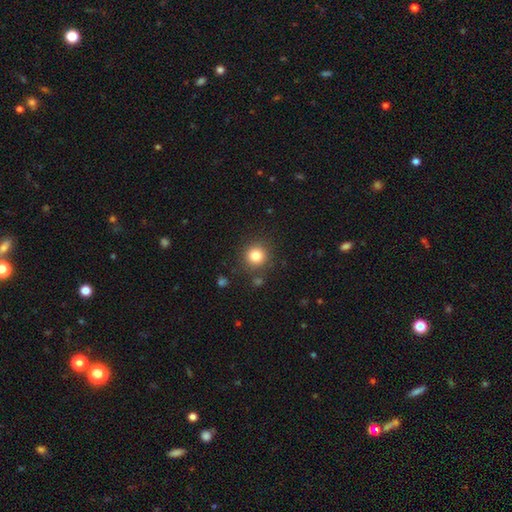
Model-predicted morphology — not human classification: This is clearly a smooth galaxy (82%). How rounded: clearly round (93%). Merging: clearly none (86%).